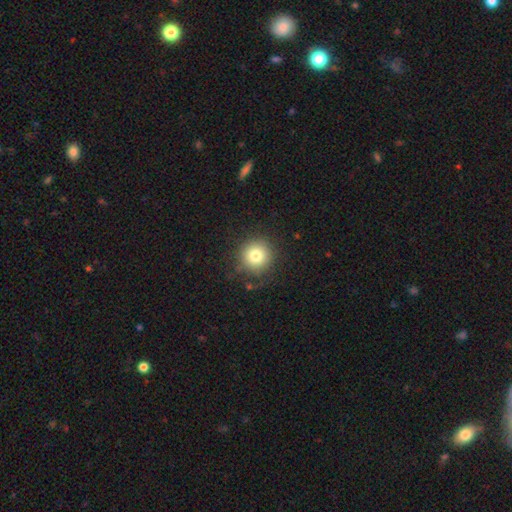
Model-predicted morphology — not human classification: Smooth or featured?
  - smooth: 79% *
  - star or artifact: 12%
  - featured or disk: 9%
How rounded?
  - round: 94% *
  - in between: 5%
  - cigar-shaped: 1%
Merging?
  - none: 85% *
  - minor disturbance: 10%
  - major disturbance: 4%
  - merger: 2%